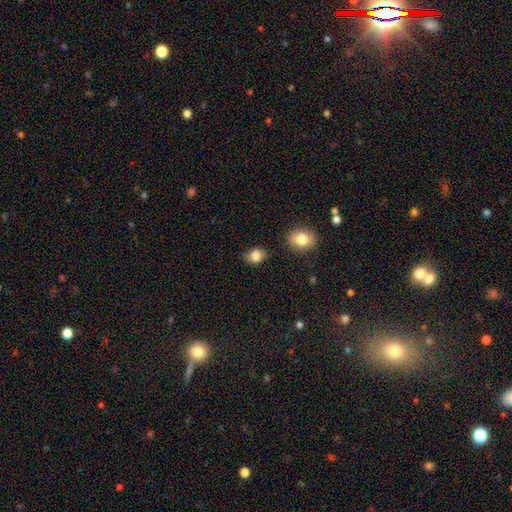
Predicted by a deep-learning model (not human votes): A smooth galaxy with no disk features (83%) that is in between round and cigar-shaped (54%).

Vote fractions:
- Smooth or featured? smooth: 83% / star or artifact: 10% / featured or disk: 8%
- How rounded? in between: 54% / round: 45% / cigar-shaped: 1%
- Merging? none: 73% / minor disturbance: 19% / major disturbance: 4% / merger: 4%